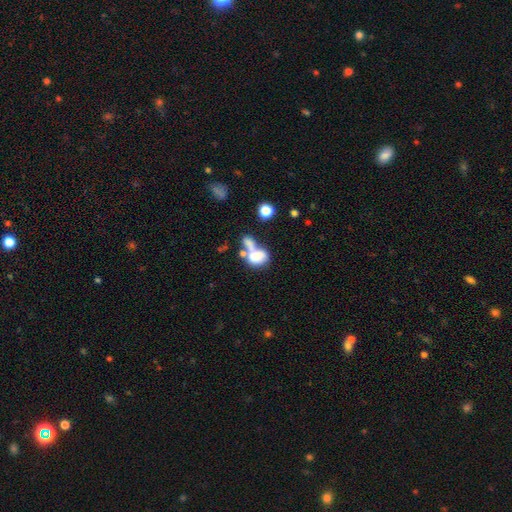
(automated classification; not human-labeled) Smooth or featured? Predicted: smooth (p=0.66). How rounded? Predicted: in between (p=0.77). Merging? Predicted: merger (p=0.61).